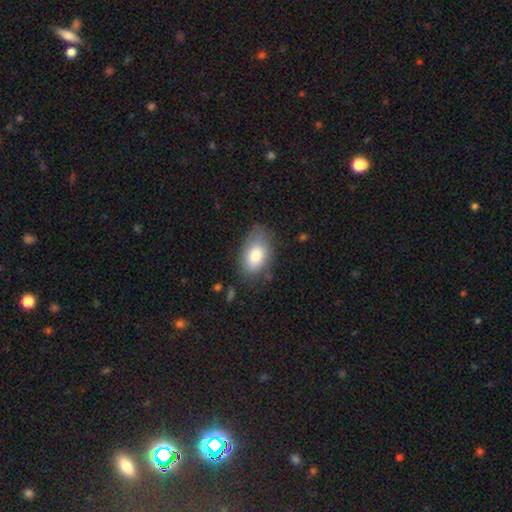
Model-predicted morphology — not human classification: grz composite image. It shows a smooth galaxy with no disk features (78%) that is in between round and cigar-shaped (90%). Merging: none (71%).